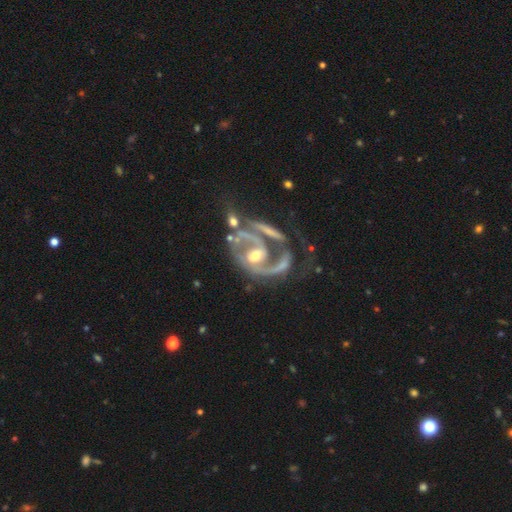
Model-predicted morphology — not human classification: smooth-or-featured: featured or disk: 87% | smooth: 7% | star or artifact: 6%
  disk-edge-on: no: 97% | yes: 3%
    bar: no: 43% | weak: 36% | strong: 21%
    has-spiral-arms: yes: 93% | no: 7%
      spiral-winding: medium: 49% | loose: 25% | tight: 25%
      spiral-arm-count: 2: 68% | 1: 15% | can't tell: 8% | 3: 5% | 4: 2% | more than 4: 2%
    bulge-size: moderate: 58% | small: 34% | large: 4% | none: 2% | dominant: 1%
  merging: major disturbance: 32% | none: 28% | merger: 24% | minor disturbance: 16%